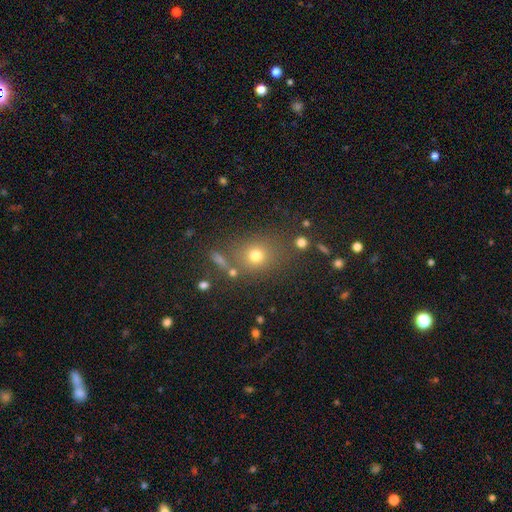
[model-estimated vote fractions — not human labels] Smooth or featured: smooth — 72% (star or artifact — 18%)
How rounded: round — 70% (in between — 28%)
Merging: none — 73% (minor disturbance — 12%)